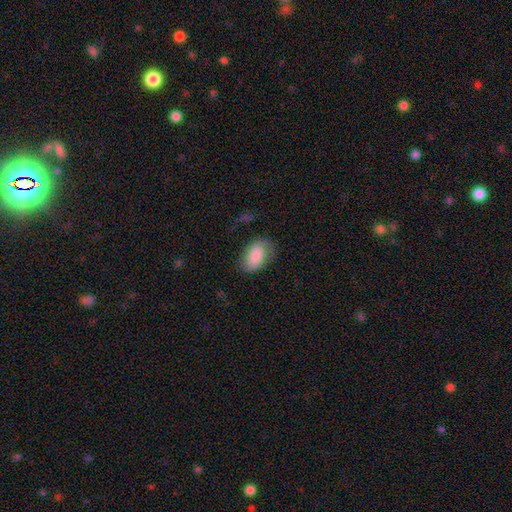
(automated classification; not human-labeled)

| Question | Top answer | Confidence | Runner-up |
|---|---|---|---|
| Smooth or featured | smooth | 76% | featured or disk (17%) |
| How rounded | in between | 91% | round (8%) |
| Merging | none | 63% | minor disturbance (25%) |